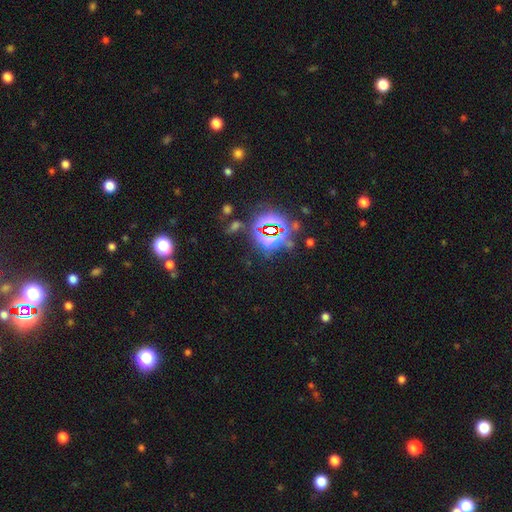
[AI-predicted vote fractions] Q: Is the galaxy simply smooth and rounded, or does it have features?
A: star or artifact — 82%.